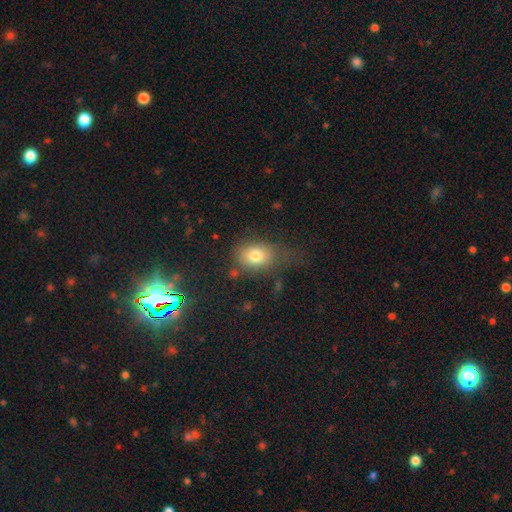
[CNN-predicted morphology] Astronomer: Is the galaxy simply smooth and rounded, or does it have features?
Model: smooth — 77%.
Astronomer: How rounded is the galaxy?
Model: in between — 62%.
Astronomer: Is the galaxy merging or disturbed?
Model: none — 60%.